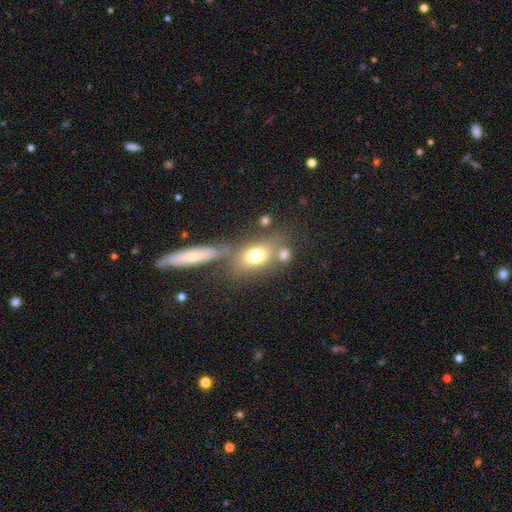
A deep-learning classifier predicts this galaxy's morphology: The model was most divided on "merging": none: 50%, merger: 29%, minor disturbance: 13%, major disturbance: 8%. More confident: smooth or featured — smooth (71%); how rounded — in between (67%).